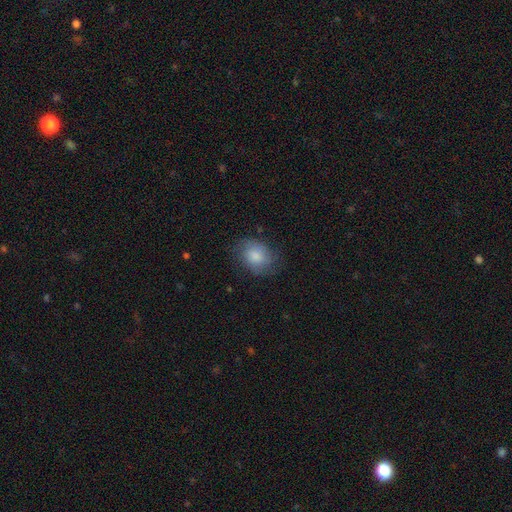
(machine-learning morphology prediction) Smooth or featured? smooth (79%)
How rounded? in between (59%)
Merging? none (67%)